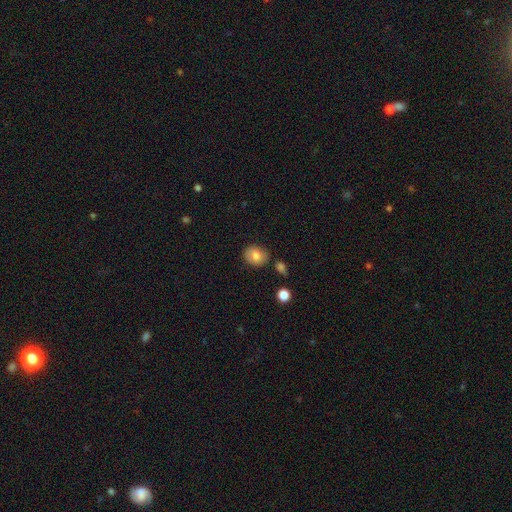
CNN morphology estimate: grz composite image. It shows a smooth galaxy with no disk features (80%) that is round (64%). Merging: none (79%).